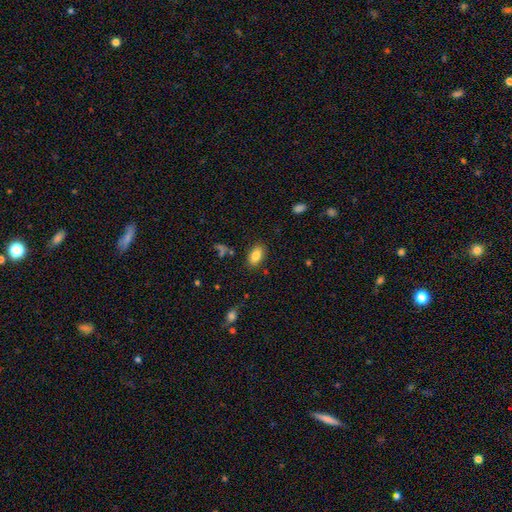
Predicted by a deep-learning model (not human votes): smooth-or-featured: smooth: 83% | featured or disk: 8% | star or artifact: 8%
  how-rounded: in between: 91% | round: 7% | cigar-shaped: 3%
  merging: none: 85% | minor disturbance: 10% | major disturbance: 3% | merger: 2%